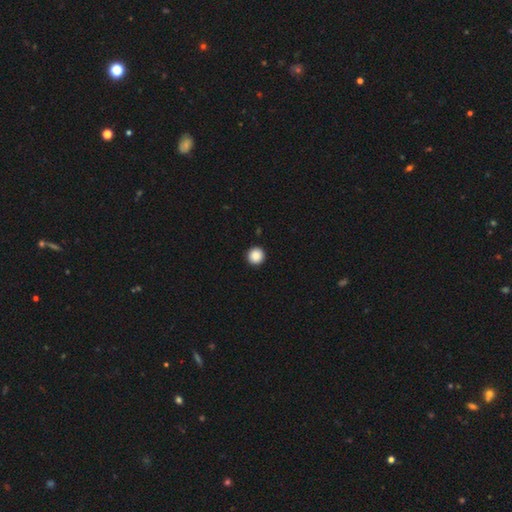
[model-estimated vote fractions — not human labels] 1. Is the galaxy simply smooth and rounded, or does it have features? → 89% smooth, 9% star or artifact, 2% featured or disk.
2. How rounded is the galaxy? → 95% round, 4% in between, 1% cigar-shaped.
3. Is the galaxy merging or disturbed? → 93% none, 4% minor disturbance, 1% major disturbance, 1% merger.